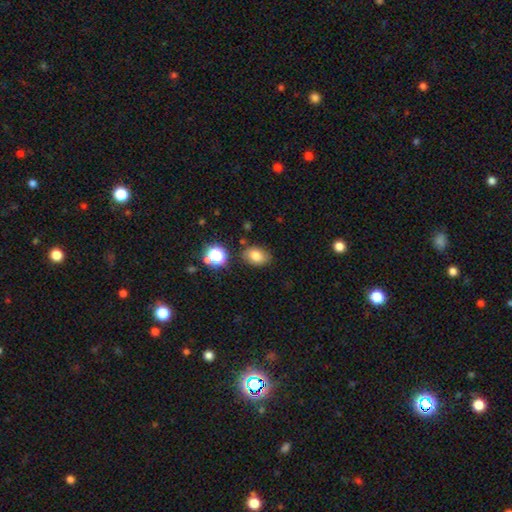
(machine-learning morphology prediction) This is likely a smooth galaxy (77%). How rounded: likely in between (75%). Merging: likely none (79%).